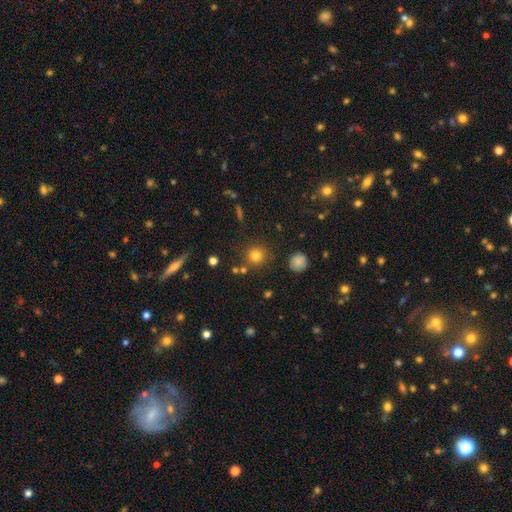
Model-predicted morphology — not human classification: The model was most divided on "smooth or featured": smooth: 77%, star or artifact: 15%, featured or disk: 7%. More confident: how rounded — round (93%); merging — none (82%).